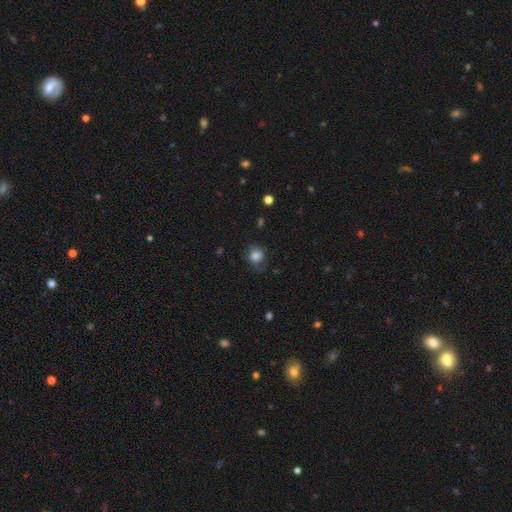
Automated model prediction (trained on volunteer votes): A smooth galaxy with no disk features (79%) that is round (65%).

Vote fractions:
- Smooth or featured? smooth: 79% / featured or disk: 11% / star or artifact: 10%
- How rounded? round: 65% / in between: 34% / cigar-shaped: 1%
- Merging? none: 60% / minor disturbance: 26% / major disturbance: 13% / merger: 1%